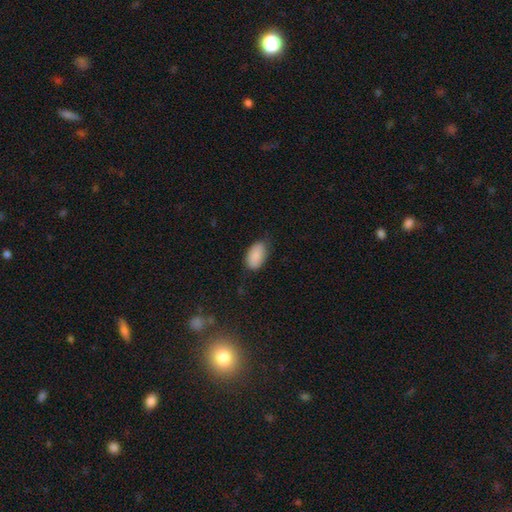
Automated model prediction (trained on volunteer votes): Smooth or featured? Predicted: smooth (p=0.87). How rounded? Predicted: in between (p=0.94). Merging? Predicted: none (p=0.72).